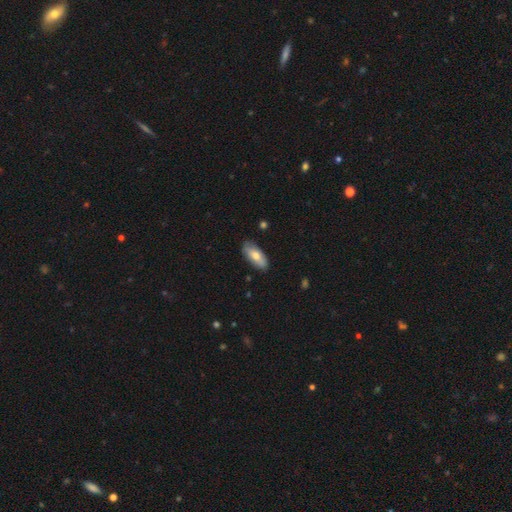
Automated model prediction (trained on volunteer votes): Morphology: type=smooth (69%); roundness=in between (85%); merging=none (85%).